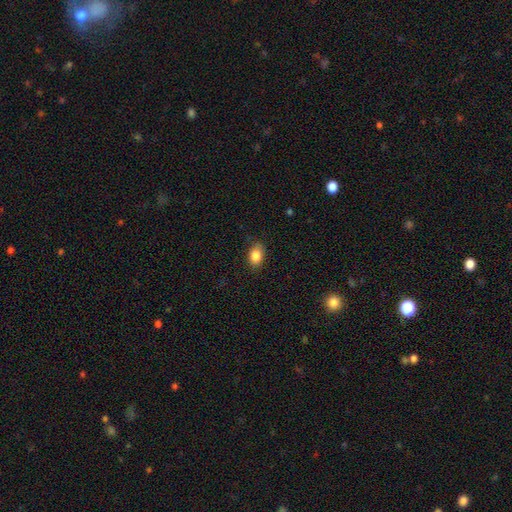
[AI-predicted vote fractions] Morphology: type=smooth (85%); roundness=in between (78%); merging=none (80%).